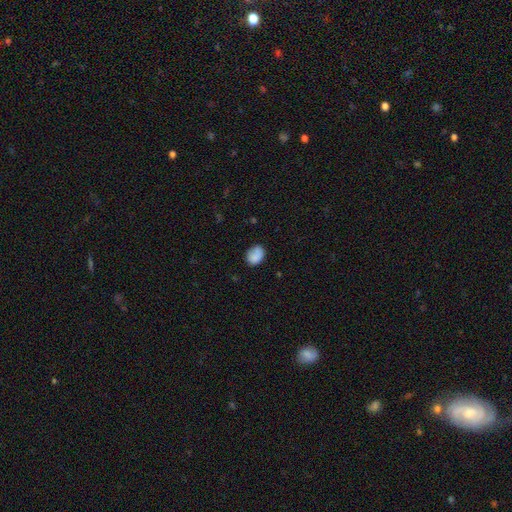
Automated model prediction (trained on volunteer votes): Morphology: type=smooth (85%); roundness=in between (57%); merging=none (70%).